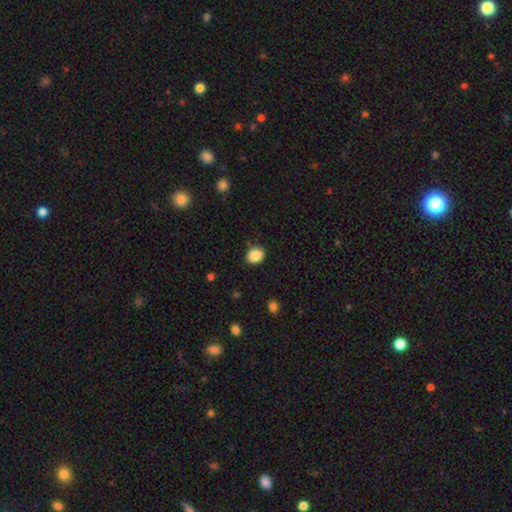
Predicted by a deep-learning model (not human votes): Q: Smooth or featured?
A: smooth (86%); runner-up: star or artifact (9%)
Q: How rounded?
A: round (56%); runner-up: in between (43%)
Q: Merging?
A: none (85%); runner-up: minor disturbance (11%)